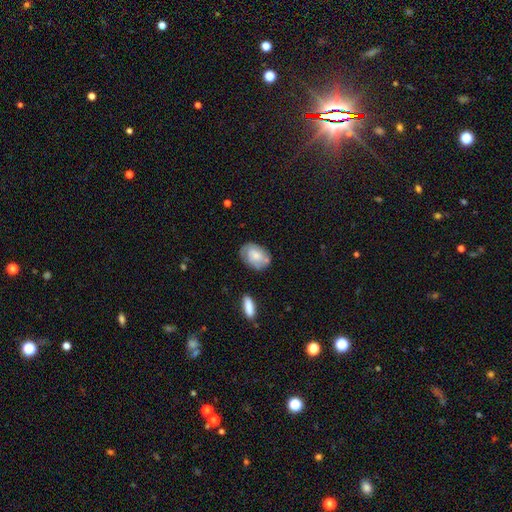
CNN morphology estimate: Smooth or featured?
  - smooth: 59% *
  - featured or disk: 34%
  - star or artifact: 7%
How rounded?
  - in between: 79% *
  - round: 19%
  - cigar-shaped: 1%
Merging?
  - none: 65% *
  - minor disturbance: 23%
  - major disturbance: 6%
  - merger: 6%